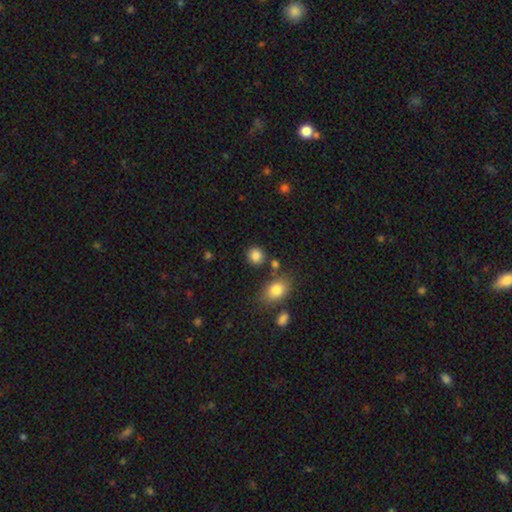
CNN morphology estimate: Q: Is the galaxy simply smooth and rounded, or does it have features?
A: smooth — 85%.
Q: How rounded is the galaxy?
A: round — 82%.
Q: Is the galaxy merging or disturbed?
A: none — 81%.